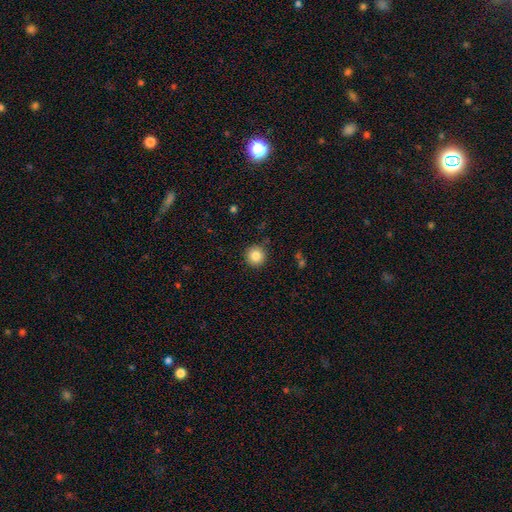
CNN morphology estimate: This appears to be a smooth galaxy with no disk features (84%) that is round (95%). Merging: none (90%).